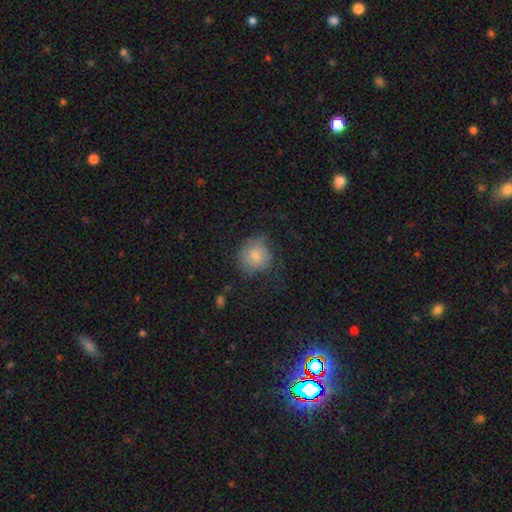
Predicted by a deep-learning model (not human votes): The model was most divided on "merging": none: 59%, minor disturbance: 26%, major disturbance: 13%, merger: 2%. More confident: how rounded — round (84%); smooth or featured — smooth (71%).